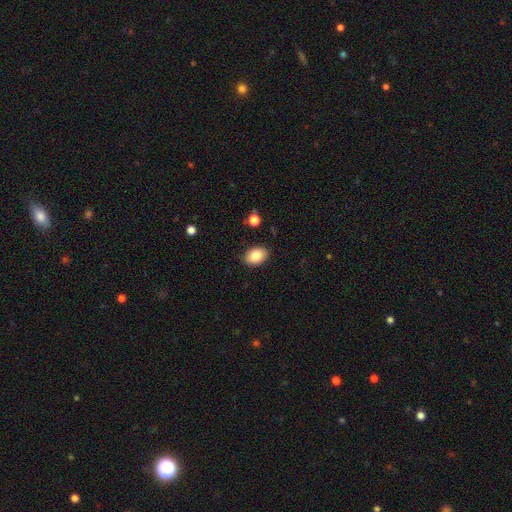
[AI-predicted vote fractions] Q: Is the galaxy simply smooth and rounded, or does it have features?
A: smooth — 84%.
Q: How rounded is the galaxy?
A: in between — 80%.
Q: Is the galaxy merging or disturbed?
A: none — 88%.